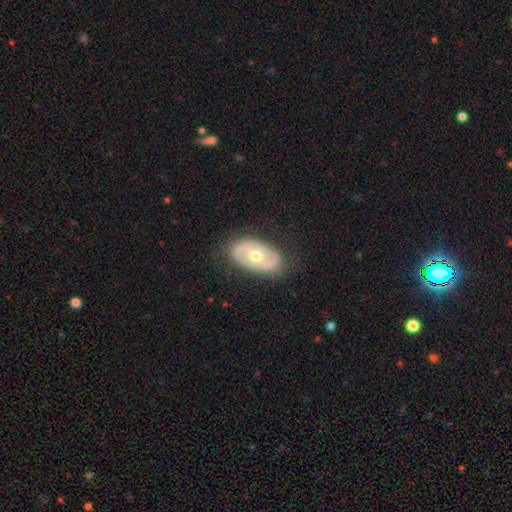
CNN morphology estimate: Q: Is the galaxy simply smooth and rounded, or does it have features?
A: featured or disk — 61%.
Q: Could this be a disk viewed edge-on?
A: no — 91%.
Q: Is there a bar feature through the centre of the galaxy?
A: no — 81%.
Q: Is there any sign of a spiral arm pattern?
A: no — 73%.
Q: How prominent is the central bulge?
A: moderate — 75%.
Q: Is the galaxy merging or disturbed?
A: none — 79%.